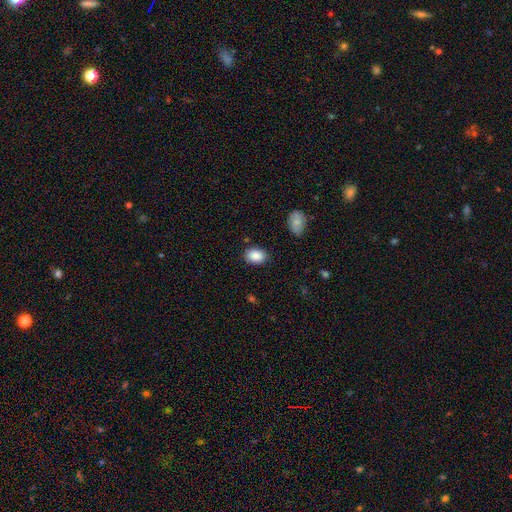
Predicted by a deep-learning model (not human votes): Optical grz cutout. It shows a smooth galaxy with no disk features (88%) that is in between round and cigar-shaped (77%). Merging: none (84%).